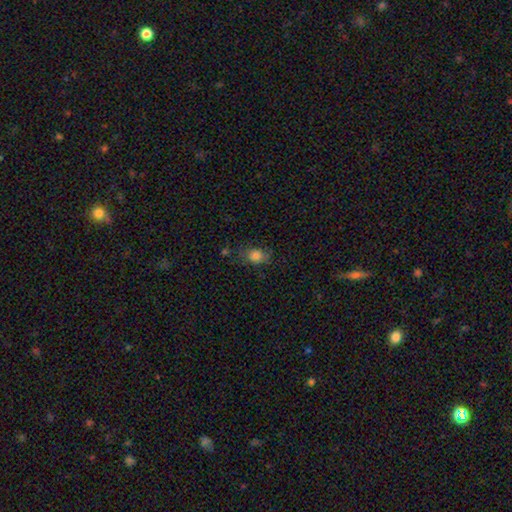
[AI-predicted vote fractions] This is clearly a smooth galaxy (81%). How rounded: possibly in between (57%). Merging: likely none (64%).